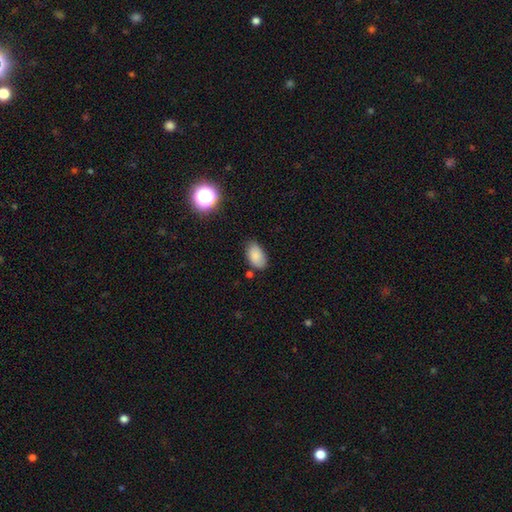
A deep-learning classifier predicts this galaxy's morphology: Smooth or featured?
  - smooth: 84% *
  - star or artifact: 9%
  - featured or disk: 7%
How rounded?
  - in between: 93% *
  - round: 6%
  - cigar-shaped: 2%
Merging?
  - none: 72% *
  - minor disturbance: 20%
  - major disturbance: 4%
  - merger: 3%